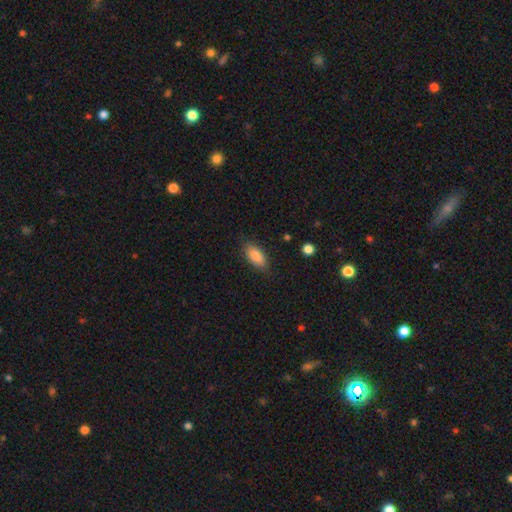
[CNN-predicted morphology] This appears to be a smooth galaxy with no disk features (84%) that is in between round and cigar-shaped (88%). Merging: none (80%).